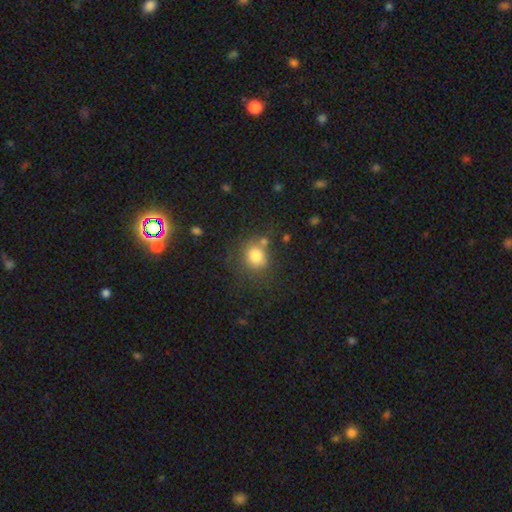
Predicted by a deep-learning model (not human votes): Overall: smooth (80%). How rounded: round (78%). Merging: none (64%).